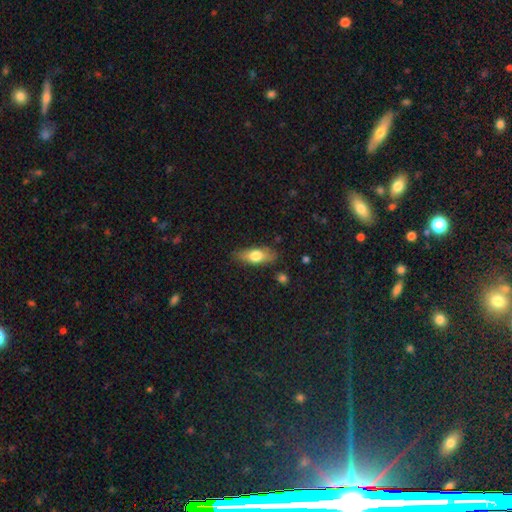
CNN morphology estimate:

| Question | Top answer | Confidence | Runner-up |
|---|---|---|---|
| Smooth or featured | smooth | 66% | featured or disk (27%) |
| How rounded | in between | 70% | cigar-shaped (26%) |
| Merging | none | 80% | minor disturbance (15%) |